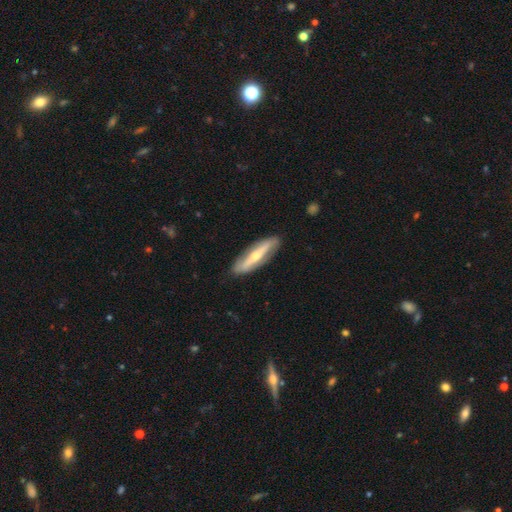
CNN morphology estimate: This is likely a featured or disk galaxy (63%). It is likely viewed edge-on (62%). Merging: clearly none (85%).